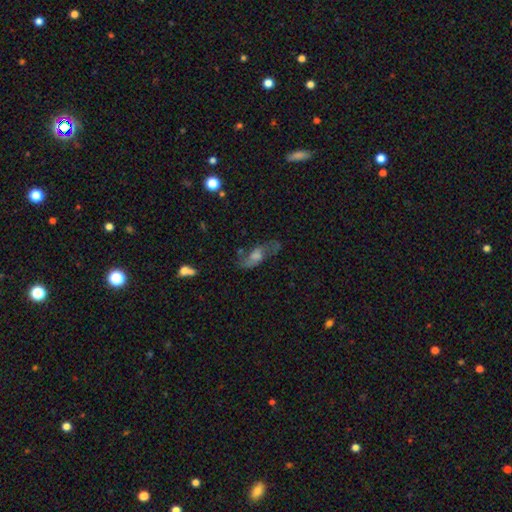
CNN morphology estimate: type=featured or disk (58%); edge-on=no (75%); merging=none (66%).